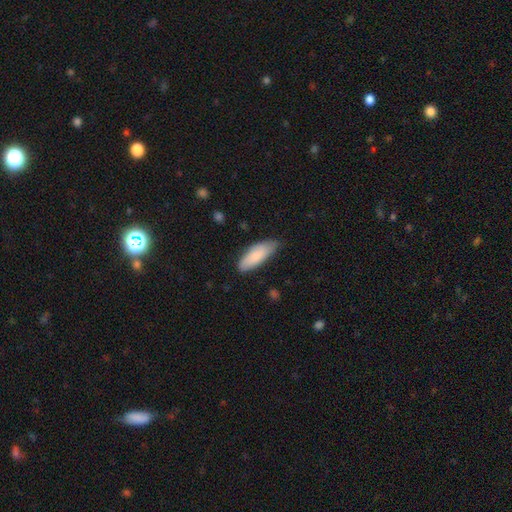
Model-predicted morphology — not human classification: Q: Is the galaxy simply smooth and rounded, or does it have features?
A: smooth — 82%.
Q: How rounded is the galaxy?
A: in between — 72%.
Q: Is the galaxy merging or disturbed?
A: none — 69%.